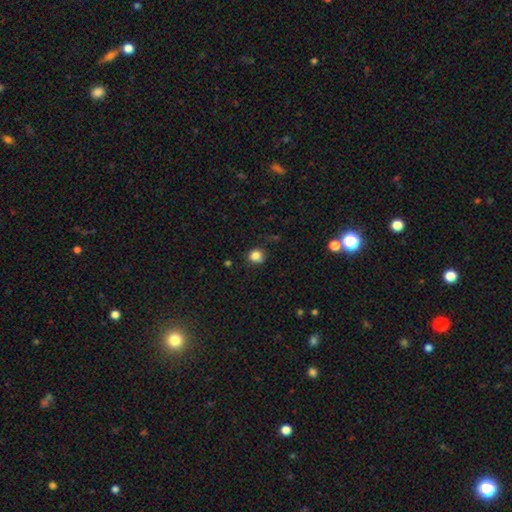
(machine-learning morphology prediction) This appears to be a smooth galaxy with no disk features (83%) that is round (77%). Merging: none (72%).